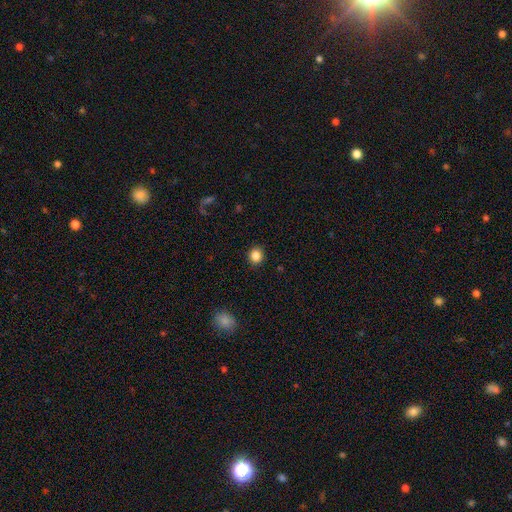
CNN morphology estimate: smooth 86%, star or artifact 11%, featured or disk 4%. Down the decision tree: how rounded — round (86%); merging — none (91%).